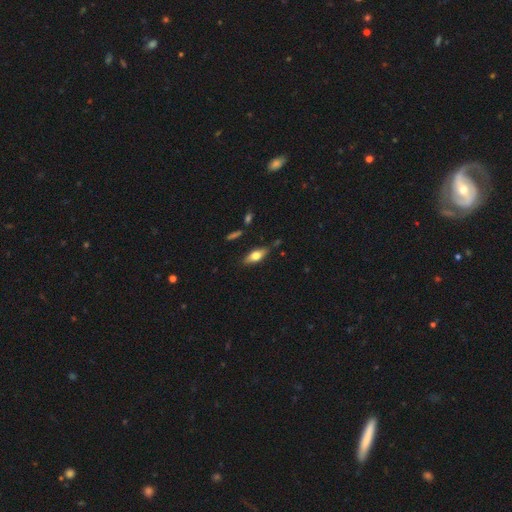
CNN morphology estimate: smooth-or-featured: smooth: 56% | featured or disk: 37% | star or artifact: 7%
  how-rounded: in between: 68% | cigar-shaped: 28% | round: 4%
  merging: none: 76% | minor disturbance: 17% | merger: 4% | major disturbance: 4%